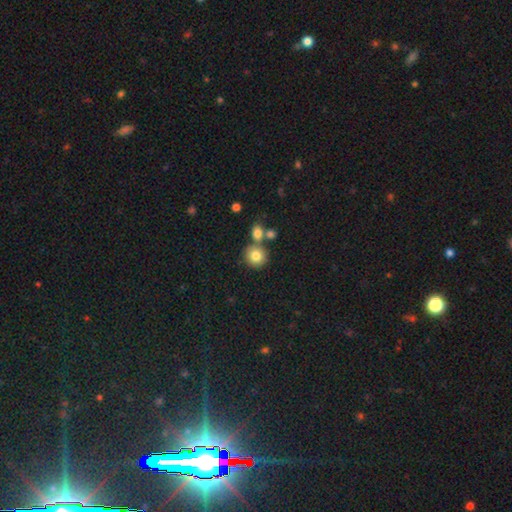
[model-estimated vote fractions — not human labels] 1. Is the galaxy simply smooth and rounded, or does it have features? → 81% smooth, 10% star or artifact, 9% featured or disk.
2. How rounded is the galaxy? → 87% round, 12% in between, 1% cigar-shaped.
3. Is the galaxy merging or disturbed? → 64% none, 23% merger, 10% minor disturbance, 3% major disturbance.